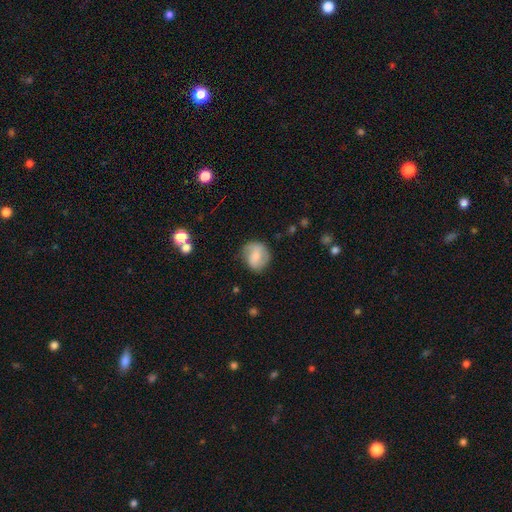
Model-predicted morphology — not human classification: smooth_or_featured: smooth (p=0.61) [alt: featured or disk p=0.32]
how_rounded: round (p=0.73) [alt: in between p=0.25]
merging: none (p=0.66) [alt: minor disturbance p=0.24]